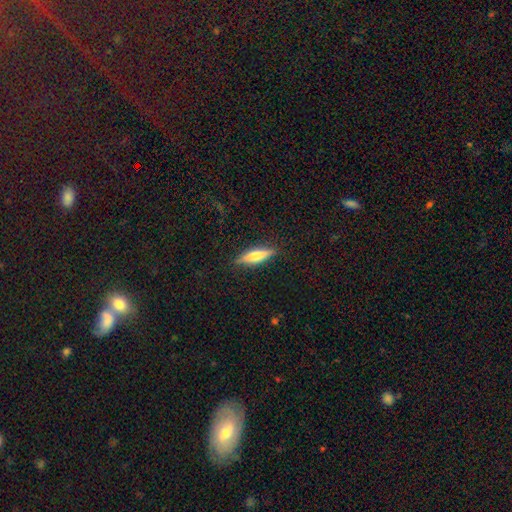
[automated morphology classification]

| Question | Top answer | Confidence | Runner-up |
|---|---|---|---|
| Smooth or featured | smooth | 58% | featured or disk (36%) |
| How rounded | cigar-shaped | 73% | in between (25%) |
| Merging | none | 88% | minor disturbance (9%) |